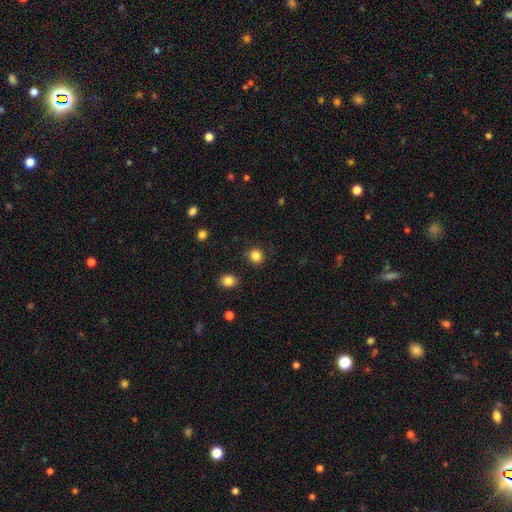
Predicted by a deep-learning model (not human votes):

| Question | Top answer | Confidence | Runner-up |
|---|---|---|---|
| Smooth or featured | smooth | 85% | star or artifact (11%) |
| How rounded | round | 84% | in between (15%) |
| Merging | none | 84% | minor disturbance (11%) |